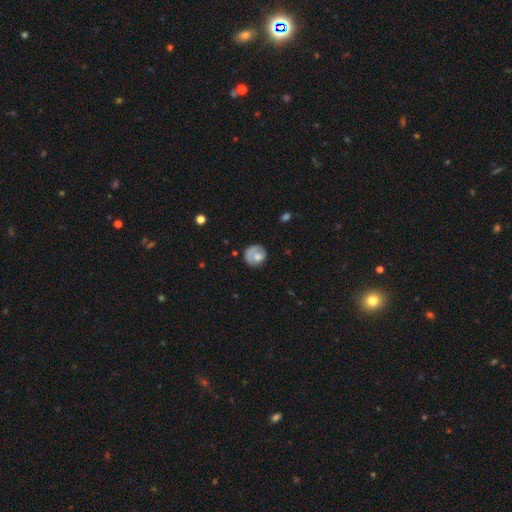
This is likely a smooth galaxy (73%). How rounded: clearly round (100%). Merging: possibly none (51%).